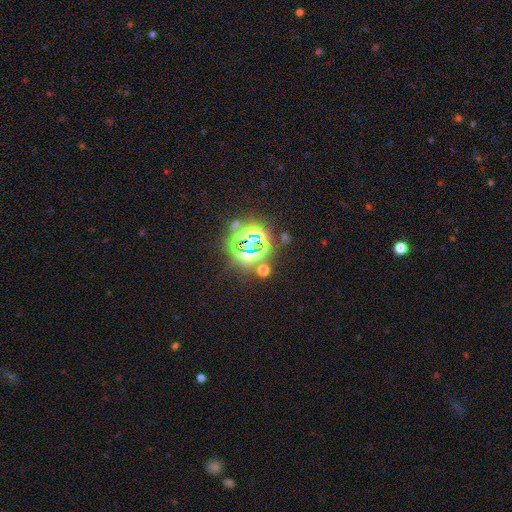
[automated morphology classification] A star or artifact, not a galaxy (76%).

Vote fractions:
- Smooth or featured? star or artifact: 76% / smooth: 16% / featured or disk: 9%